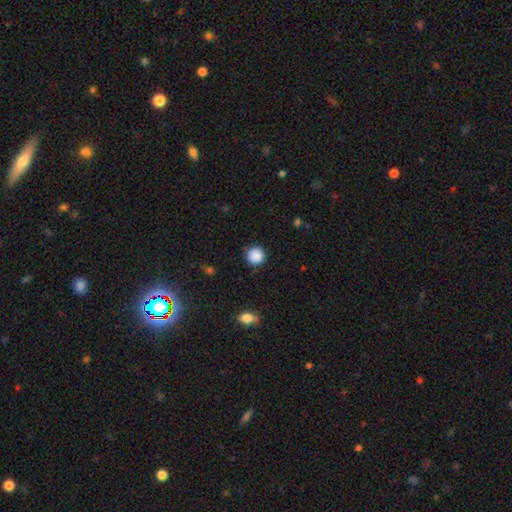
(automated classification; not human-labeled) Smooth or featured? Predicted: smooth (p=0.88). How rounded? Predicted: round (p=0.94). Merging? Predicted: none (p=0.88).